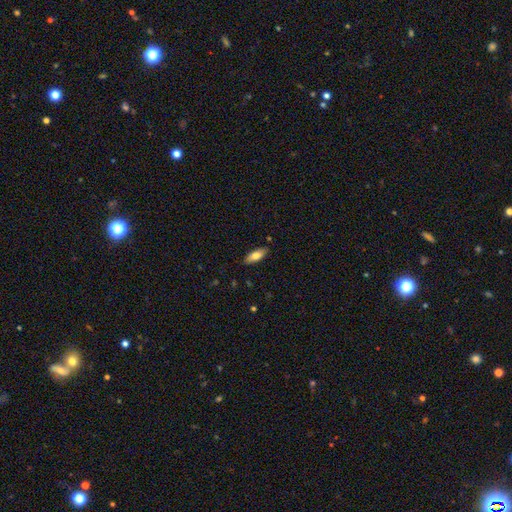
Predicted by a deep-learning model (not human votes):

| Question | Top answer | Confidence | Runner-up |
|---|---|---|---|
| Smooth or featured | smooth | 77% | featured or disk (17%) |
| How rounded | in between | 78% | cigar-shaped (20%) |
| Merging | none | 86% | minor disturbance (11%) |